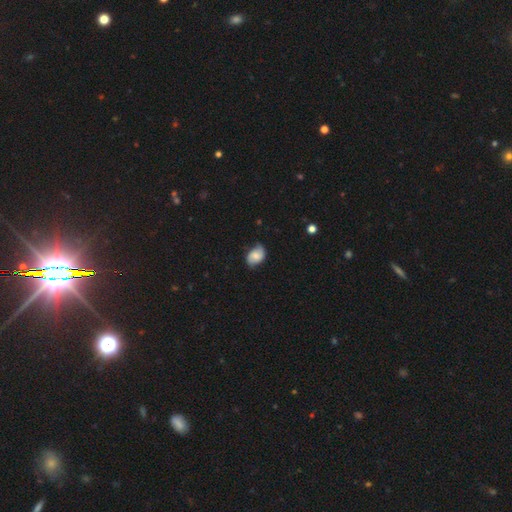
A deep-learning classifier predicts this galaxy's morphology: Overall: smooth (55%; featured or disk 36%). How rounded: in between (80%). Merging: none (64%; minor disturbance 28%).